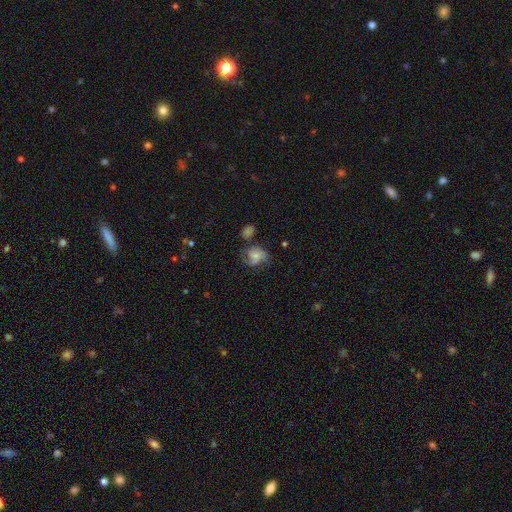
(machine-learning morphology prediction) Overall: featured or disk (57%; smooth 33%). Edge-on disk: no (97%). Bar: no (71%). Spiral arms: yes (83%). Bulge size: small (52%; moderate 38%). Merging: none (44%; minor disturbance 24%).